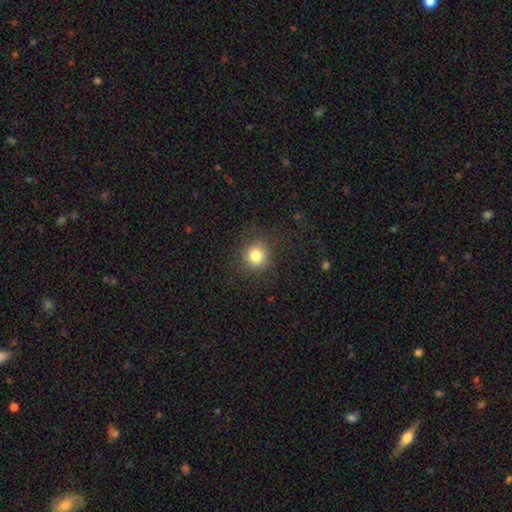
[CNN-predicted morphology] Smooth or featured? smooth (82%)
How rounded? round (90%)
Merging? none (87%)